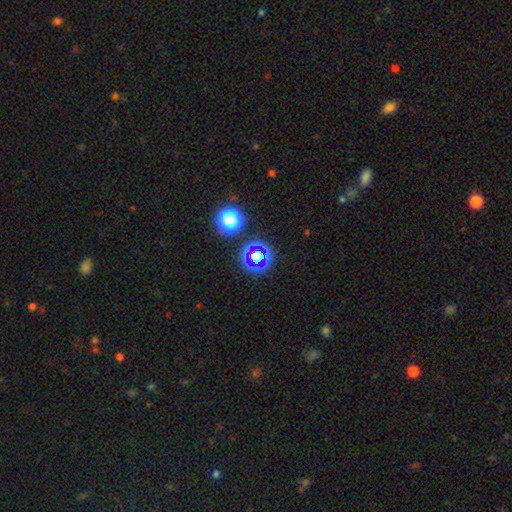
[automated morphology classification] star or artifact 57%, smooth 30%, featured or disk 13%.